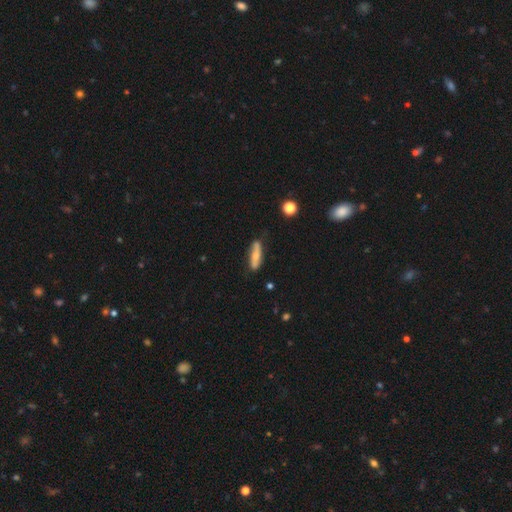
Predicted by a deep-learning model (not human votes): smooth 53%, featured or disk 41%, star or artifact 6%. Down the decision tree: how rounded — cigar-shaped (65%); merging — none (77%).